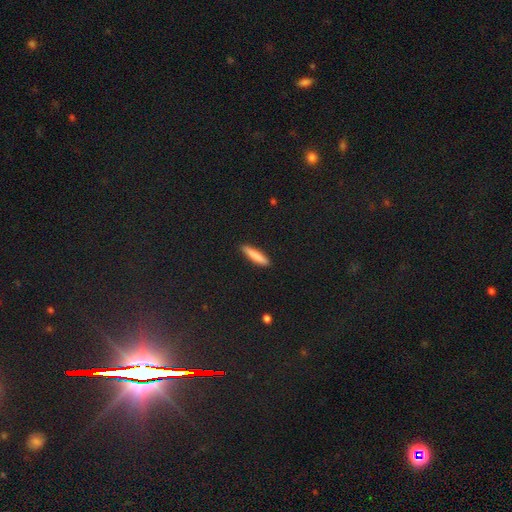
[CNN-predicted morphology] type=smooth (82%); roundness=cigar-shaped (89%); merging=none (91%).